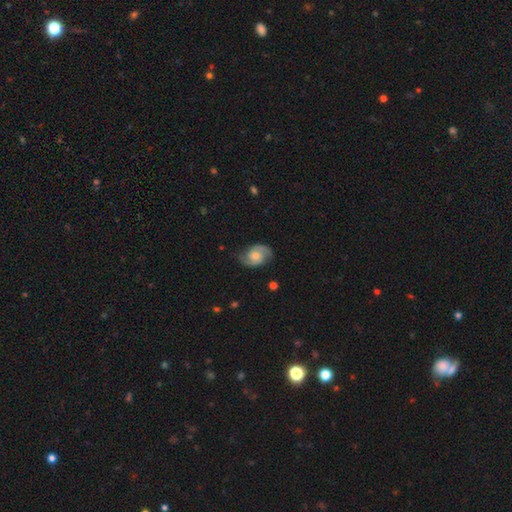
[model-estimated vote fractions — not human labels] Smooth or featured? featured or disk (80%)
Edge-on disk? no (98%)
Bar? no (65%)
Spiral arms? yes (96%)
Spiral winding? medium (51%)
Spiral arm count? 2 (92%)
Bulge size? moderate (56%)
Merging? none (79%)